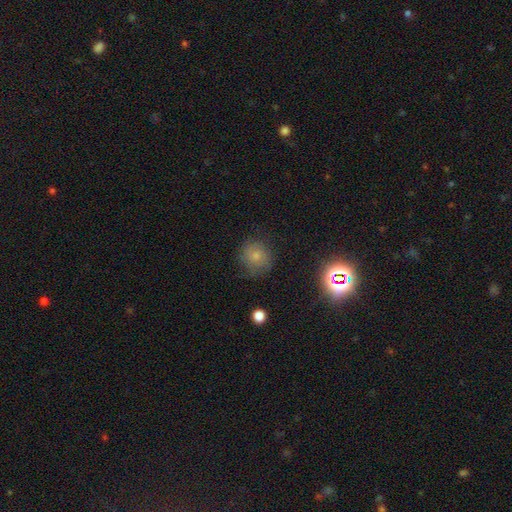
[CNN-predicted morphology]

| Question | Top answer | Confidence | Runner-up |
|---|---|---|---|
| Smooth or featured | smooth | 65% | featured or disk (20%) |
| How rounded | round | 85% | in between (14%) |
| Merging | none | 72% | minor disturbance (19%) |